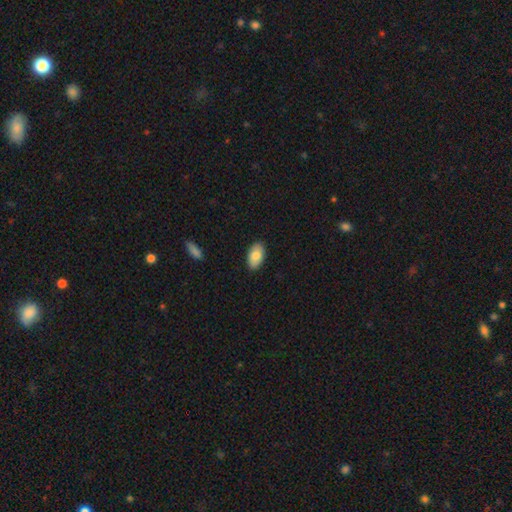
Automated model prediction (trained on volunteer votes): Smooth or featured: smooth — 82% (featured or disk — 12%)
How rounded: in between — 94% (round — 4%)
Merging: none — 89% (minor disturbance — 9%)